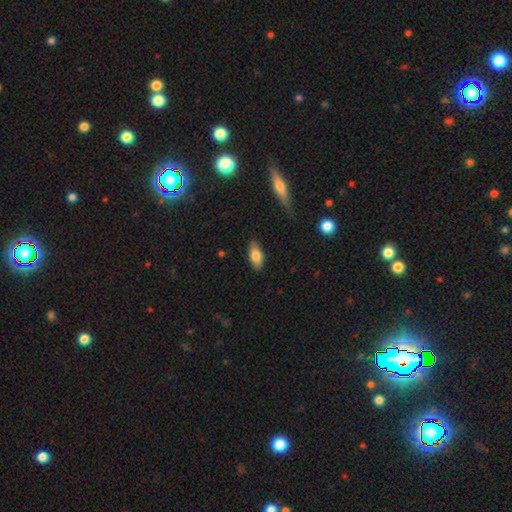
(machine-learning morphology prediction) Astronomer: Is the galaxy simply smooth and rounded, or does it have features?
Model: smooth — 79%.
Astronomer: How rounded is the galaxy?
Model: in between — 85%.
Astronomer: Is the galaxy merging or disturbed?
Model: none — 84%.